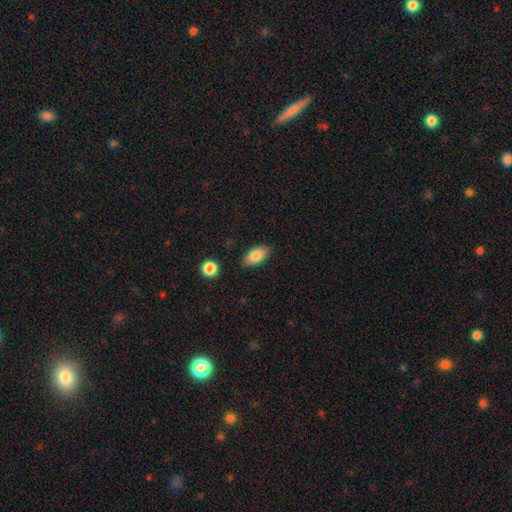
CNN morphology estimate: Overall: smooth (83%). How rounded: in between (91%). Merging: none (84%).